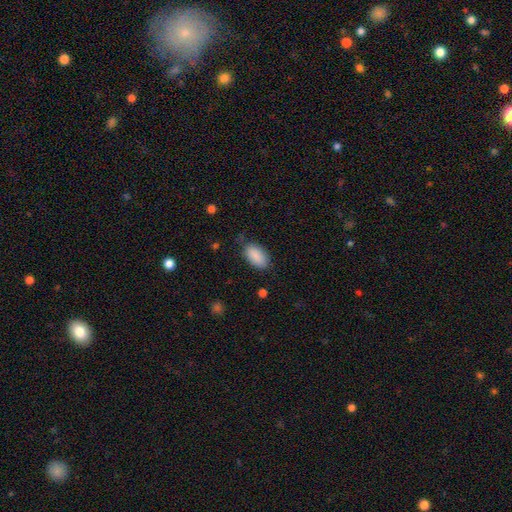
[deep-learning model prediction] smooth-or-featured: smooth: 89% | star or artifact: 7% | featured or disk: 4%
  how-rounded: in between: 93% | cigar-shaped: 4% | round: 3%
  merging: none: 77% | minor disturbance: 17% | major disturbance: 4% | merger: 2%